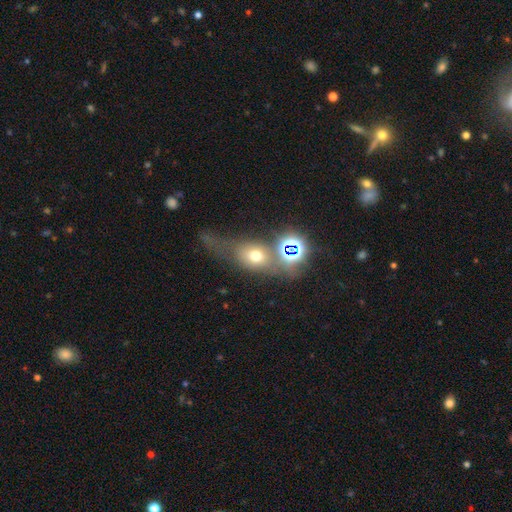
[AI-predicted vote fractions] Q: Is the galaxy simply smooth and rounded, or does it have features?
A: smooth — 54%.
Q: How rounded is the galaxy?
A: in between — 52%.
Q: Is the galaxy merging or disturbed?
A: none — 45%.